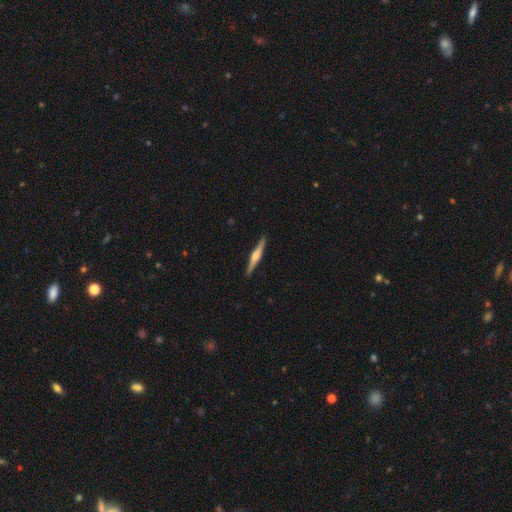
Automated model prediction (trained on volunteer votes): Smooth or featured?
  - featured or disk: 70% *
  - smooth: 25%
  - star or artifact: 5%
Edge-on disk?
  - yes: 98% *
  - no: 2%
Edge-on bulge?
  - rounded: 70% *
  - boxy: 22%
  - none: 8%
Merging?
  - none: 91% *
  - minor disturbance: 6%
  - major disturbance: 1%
  - merger: 1%